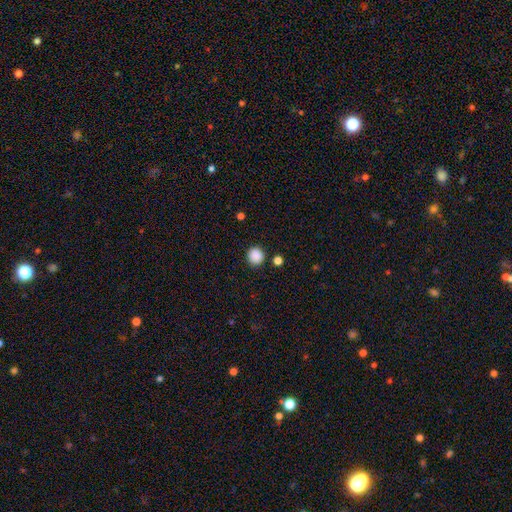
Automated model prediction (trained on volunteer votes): A smooth galaxy with no disk features (88%) that is round (90%). Merging: none (88%).